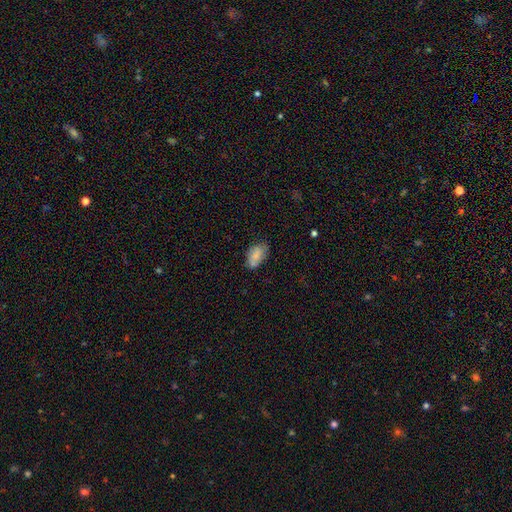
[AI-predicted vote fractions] This is likely a smooth galaxy (75%). How rounded: clearly in between (92%). Merging: likely none (65%).